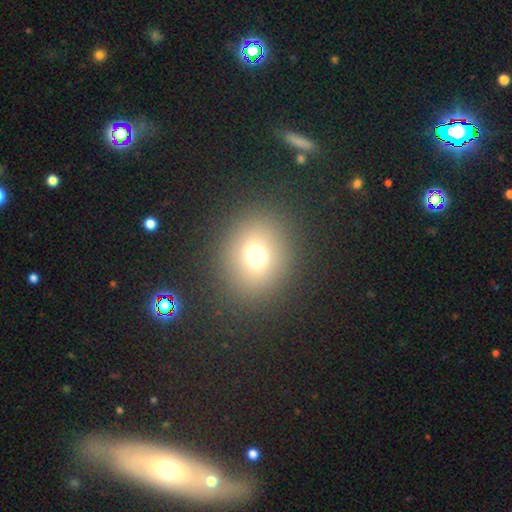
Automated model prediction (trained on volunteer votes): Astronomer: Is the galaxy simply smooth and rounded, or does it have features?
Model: smooth — 69%.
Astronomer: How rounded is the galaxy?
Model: round — 77%.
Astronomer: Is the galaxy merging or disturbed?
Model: none — 86%.